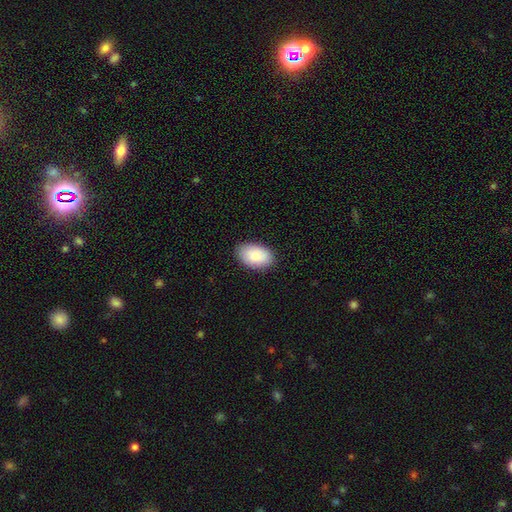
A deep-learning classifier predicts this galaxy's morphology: This is clearly a smooth galaxy (87%). How rounded: clearly in between (94%). Merging: clearly none (86%).